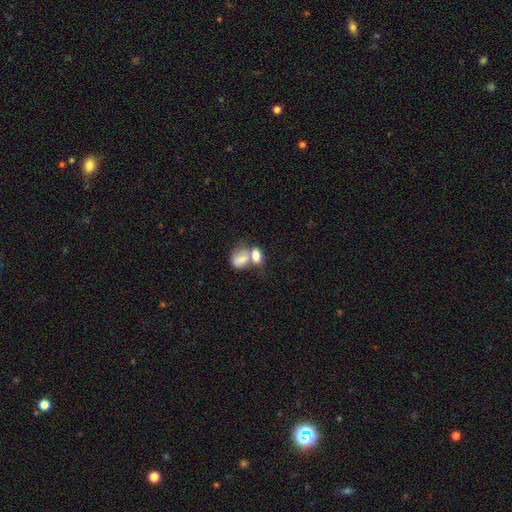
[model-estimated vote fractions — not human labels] Morphology: type=smooth (77%); roundness=in between (79%); merging=merger (67%).